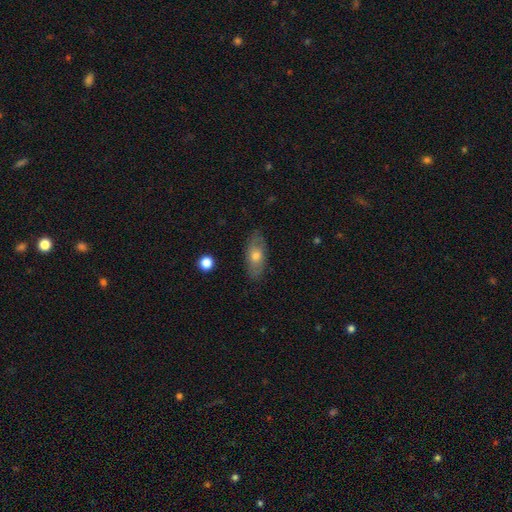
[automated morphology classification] This is possibly a smooth galaxy (56%). How rounded: clearly in between (85%). Merging: clearly none (82%).